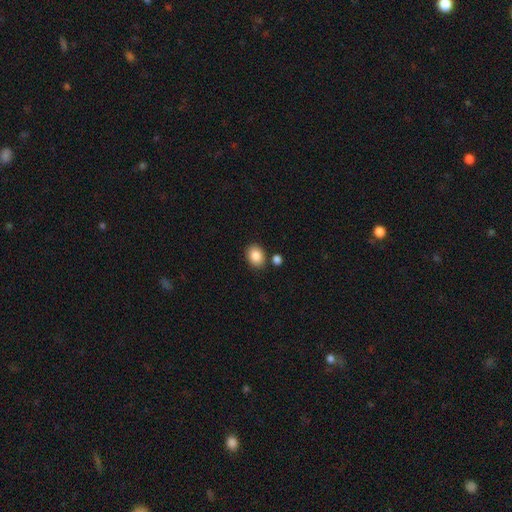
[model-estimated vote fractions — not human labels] smooth_or_featured: smooth (p=0.87) [alt: star or artifact p=0.08]
how_rounded: in between (p=0.61) [alt: round p=0.38]
merging: none (p=0.81) [alt: minor disturbance p=0.10]